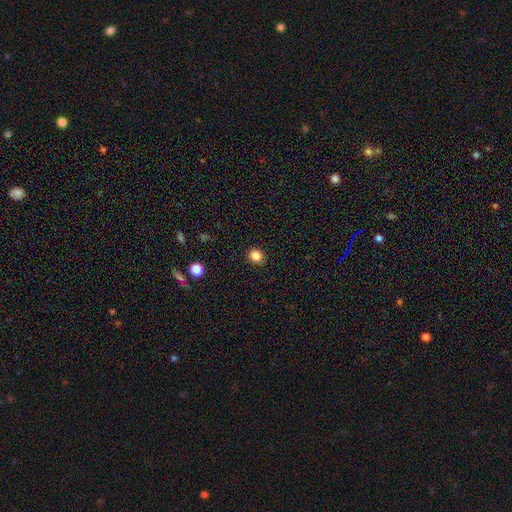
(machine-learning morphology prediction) This is clearly a smooth galaxy (84%). How rounded: likely round (79%). Merging: clearly none (91%).